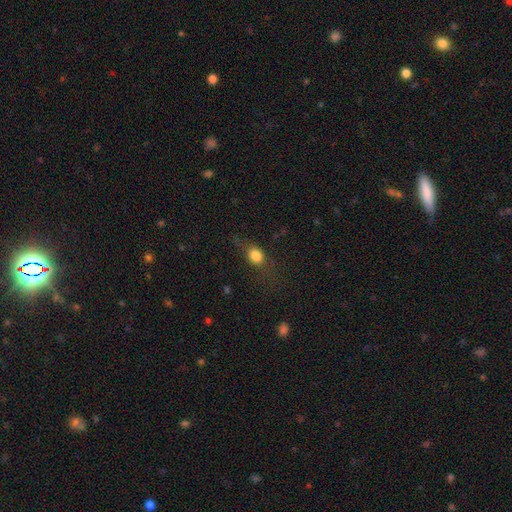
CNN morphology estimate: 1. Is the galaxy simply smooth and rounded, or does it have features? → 77% smooth, 12% featured or disk, 10% star or artifact.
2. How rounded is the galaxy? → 51% in between, 44% round, 5% cigar-shaped.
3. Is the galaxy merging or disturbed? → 58% none, 24% minor disturbance, 16% major disturbance, 2% merger.